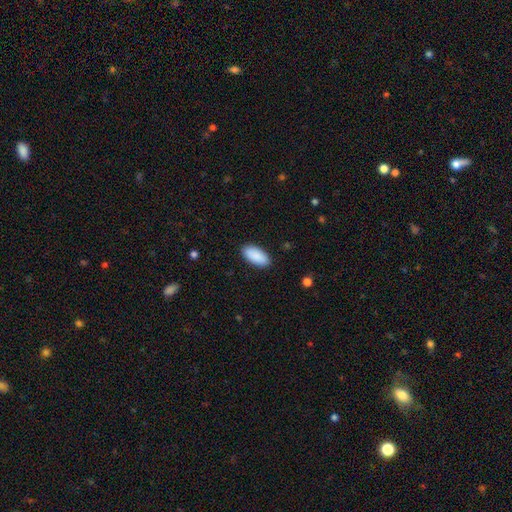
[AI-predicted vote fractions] Overall: smooth (91%). How rounded: in between (94%). Merging: none (90%).